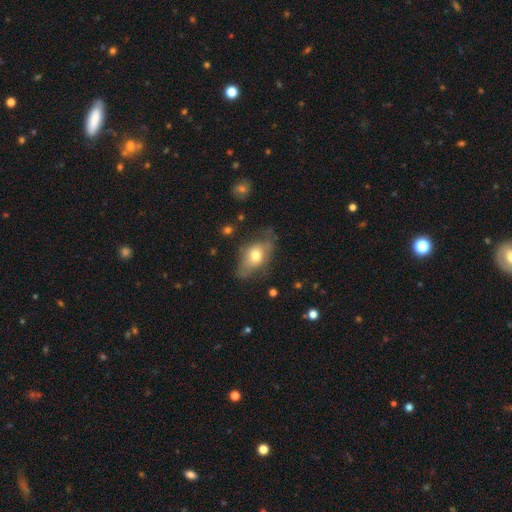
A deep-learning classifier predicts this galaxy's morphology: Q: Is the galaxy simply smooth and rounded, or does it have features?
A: smooth — 60%.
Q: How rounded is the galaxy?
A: in between — 83%.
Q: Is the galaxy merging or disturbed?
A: none — 50%.